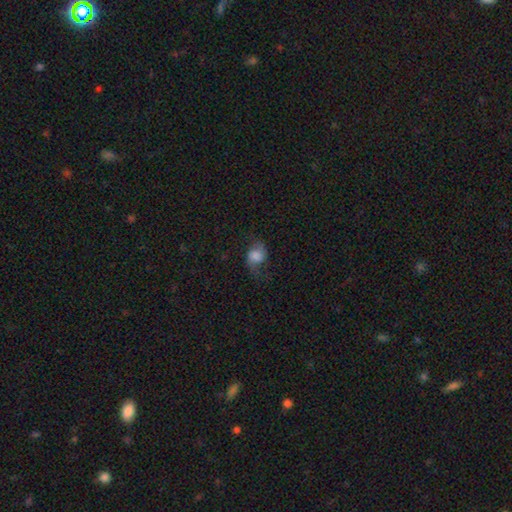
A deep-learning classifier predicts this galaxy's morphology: This is possibly a featured or disk galaxy (45%). Merging: likely none (62%).